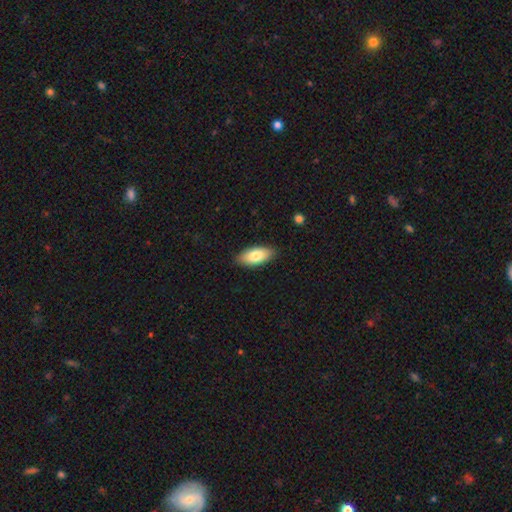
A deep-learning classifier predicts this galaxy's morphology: Q: Smooth or featured?
A: smooth (80%); runner-up: featured or disk (14%)
Q: How rounded?
A: in between (88%); runner-up: cigar-shaped (10%)
Q: Merging?
A: none (87%); runner-up: minor disturbance (10%)